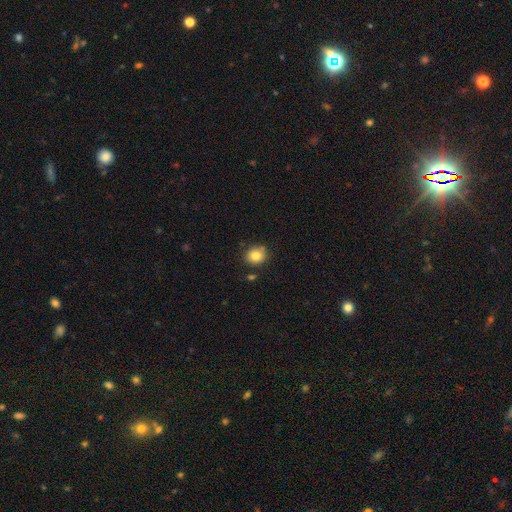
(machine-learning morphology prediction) This appears to be a smooth galaxy with no disk features (81%) that is round (78%). Merging: none (80%).